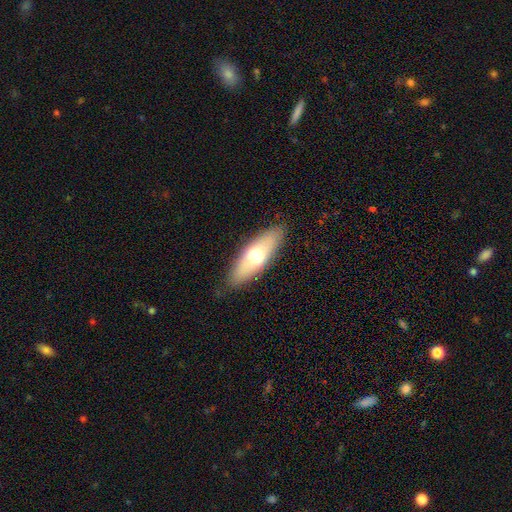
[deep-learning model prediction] smooth 62%, featured or disk 31%, star or artifact 7%. Down the decision tree: how rounded — in between (62%); merging — none (86%).